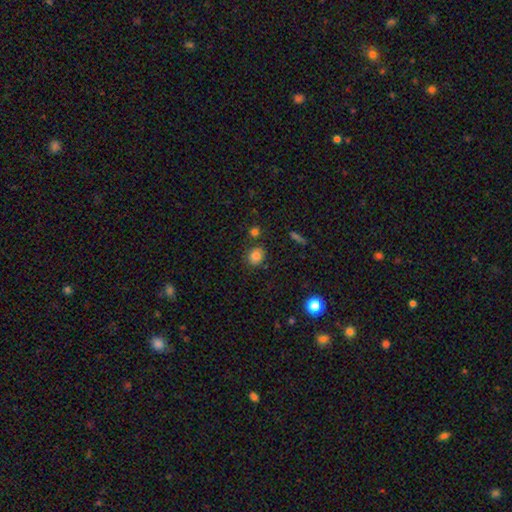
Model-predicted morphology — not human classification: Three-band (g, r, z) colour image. It shows a smooth galaxy with no disk features (82%) that is round (71%). Merging: none (78%).